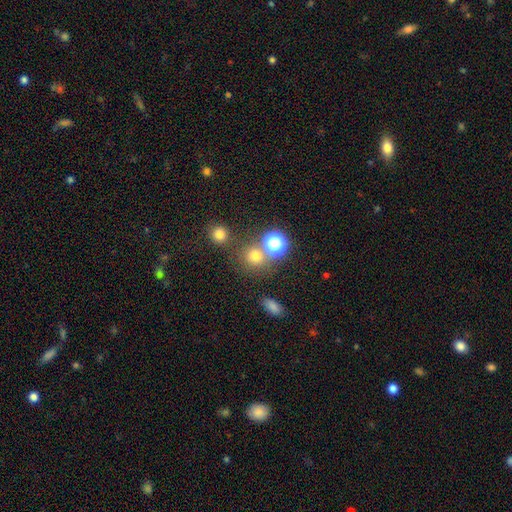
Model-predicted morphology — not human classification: Smooth or featured: smooth — 68% (star or artifact — 24%)
How rounded: round — 88% (in between — 11%)
Merging: none — 70% (merger — 18%)